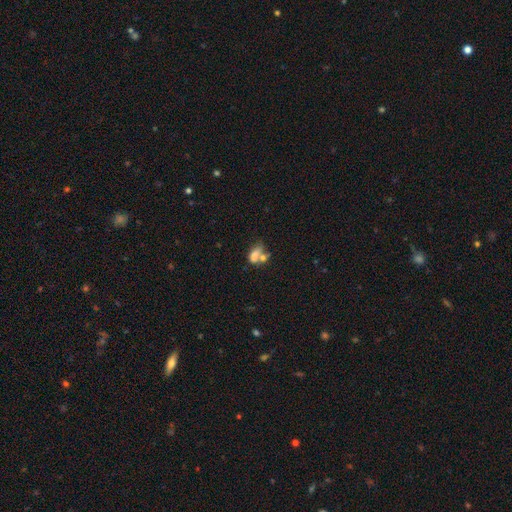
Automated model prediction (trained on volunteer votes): Smooth or featured?
  - smooth: 67% *
  - featured or disk: 21%
  - star or artifact: 12%
How rounded?
  - in between: 76% *
  - round: 13%
  - cigar-shaped: 11%
Merging?
  - merger: 50% *
  - none: 26%
  - minor disturbance: 13%
  - major disturbance: 12%